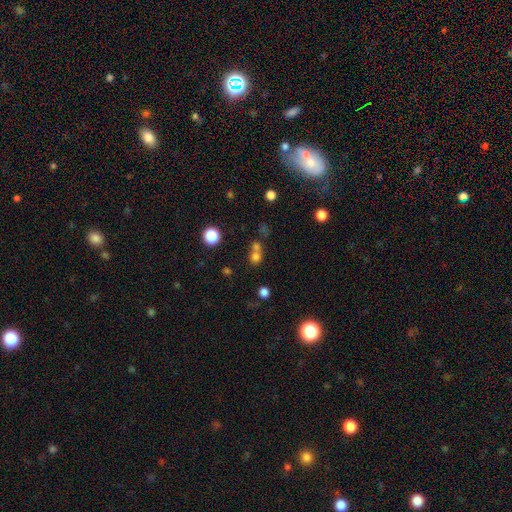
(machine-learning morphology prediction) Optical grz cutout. It shows a smooth galaxy with no disk features (71%) that is round (79%). Merging: merger (48%).